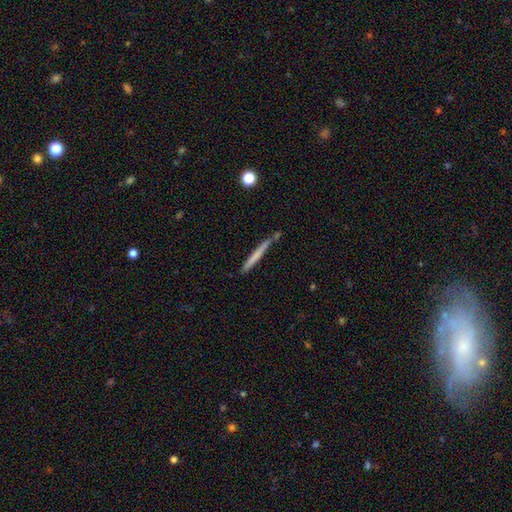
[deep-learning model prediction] smooth 61%, featured or disk 32%, star or artifact 6%. Down the decision tree: how rounded — cigar-shaped (96%); merging — none (75%).